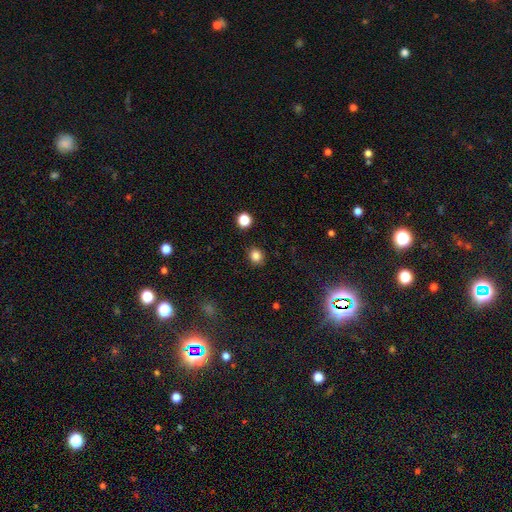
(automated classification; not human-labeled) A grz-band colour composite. It shows a smooth galaxy with no disk features (84%) that is round (79%). Merging: none (89%).